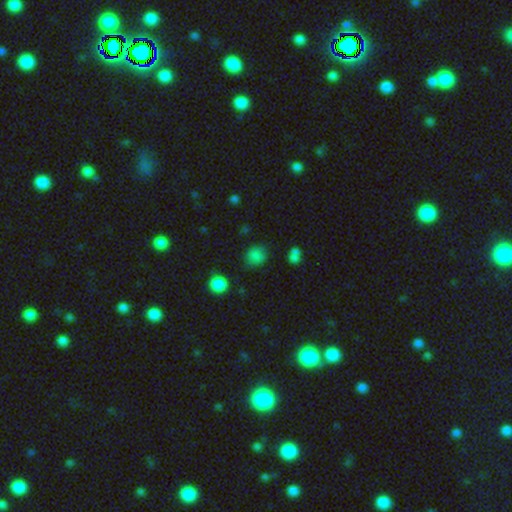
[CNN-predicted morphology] A smooth galaxy with no disk features (79%) that is round (70%).

Vote fractions:
- Smooth or featured? smooth: 79% / star or artifact: 16% / featured or disk: 6%
- How rounded? round: 70% / in between: 29% / cigar-shaped: 1%
- Merging? none: 74% / minor disturbance: 17% / major disturbance: 5% / merger: 4%